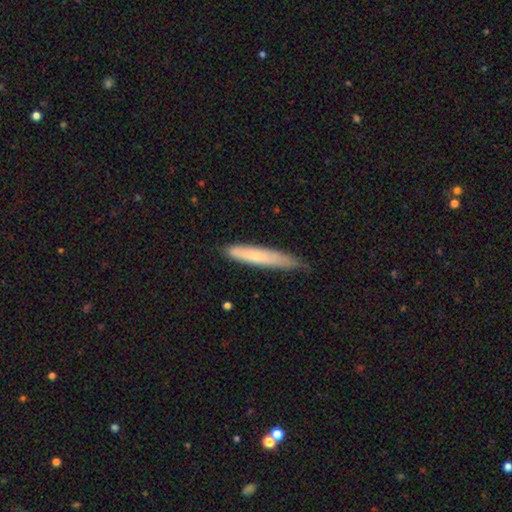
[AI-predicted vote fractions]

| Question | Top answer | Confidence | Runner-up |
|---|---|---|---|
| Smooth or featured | smooth | 69% | featured or disk (25%) |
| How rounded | cigar-shaped | 93% | in between (6%) |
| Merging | none | 70% | minor disturbance (25%) |